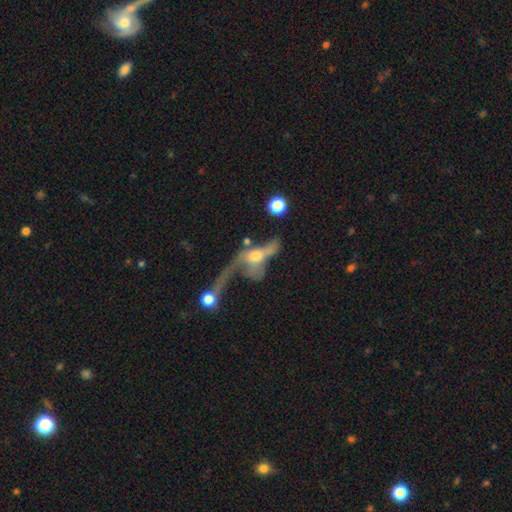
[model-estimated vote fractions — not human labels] Overall: featured or disk (53%; smooth 37%). Edge-on disk: no (81%). Merging: major disturbance (43%; merger 38%).